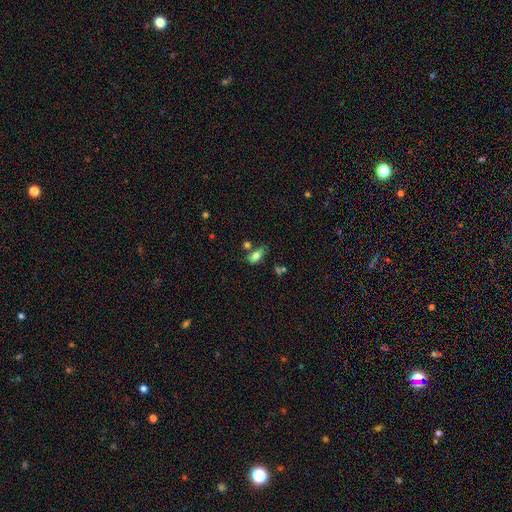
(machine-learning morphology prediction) A smooth galaxy with no disk features (80%) that is in between round and cigar-shaped (90%). Merging: none (54%).